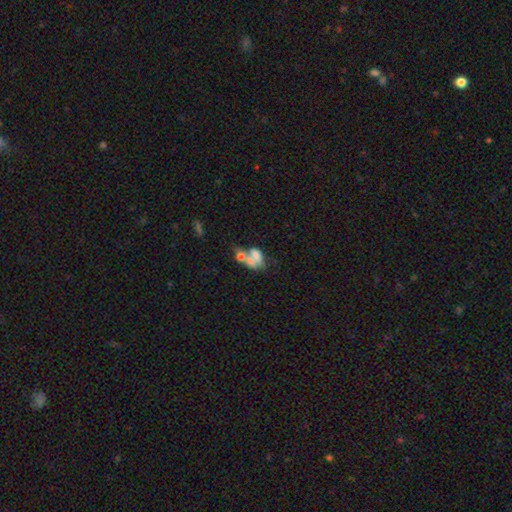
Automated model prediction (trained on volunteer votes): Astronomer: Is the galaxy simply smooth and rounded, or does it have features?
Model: smooth — 51% (runner-up: featured or disk, 37%).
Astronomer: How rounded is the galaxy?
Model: in between — 81%.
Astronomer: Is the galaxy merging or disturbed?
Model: merger — 62%.